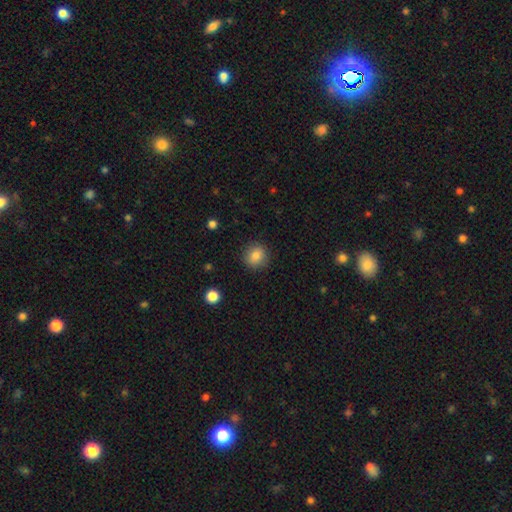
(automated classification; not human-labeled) This is clearly a smooth galaxy (84%). How rounded: clearly round (88%). Merging: clearly none (89%).